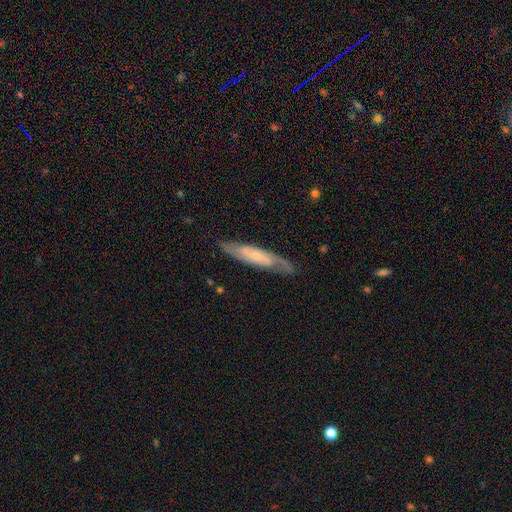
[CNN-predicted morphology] A featured or disk galaxy (67%).

Vote fractions:
- Smooth or featured? featured or disk: 67% / smooth: 27% / star or artifact: 6%
- Edge-on disk? no: 62% / yes: 38%
- Merging? none: 80% / minor disturbance: 15% / major disturbance: 4% / merger: 1%